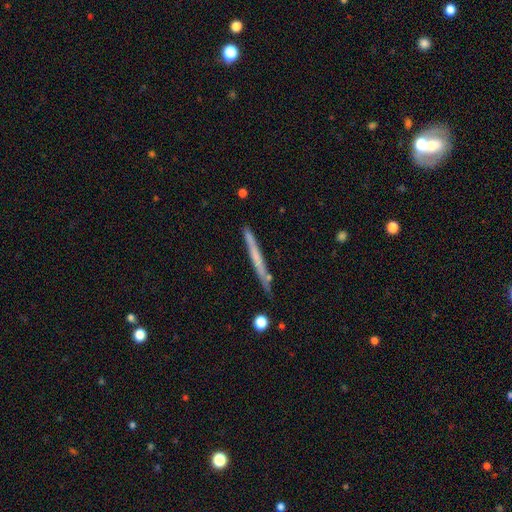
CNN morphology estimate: The model was most divided on "smooth or featured": smooth: 48%, featured or disk: 46%, star or artifact: 6%. More confident: merging — none (81%).